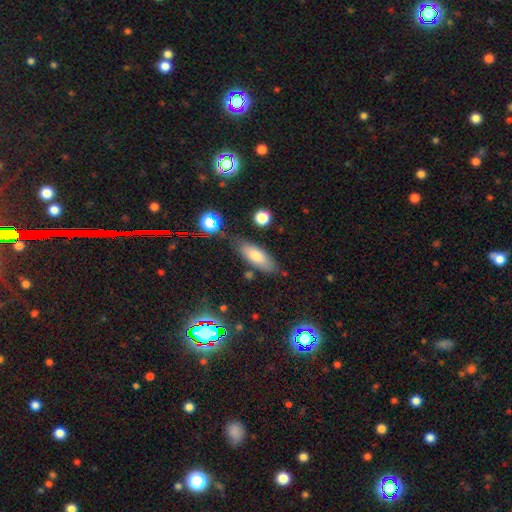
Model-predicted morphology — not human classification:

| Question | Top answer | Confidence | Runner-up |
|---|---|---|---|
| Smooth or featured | smooth | 70% | featured or disk (20%) |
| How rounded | in between | 67% | cigar-shaped (30%) |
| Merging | none | 73% | minor disturbance (17%) |